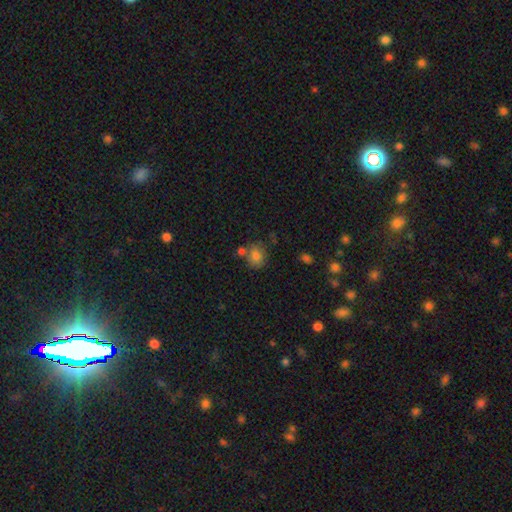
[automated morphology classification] A smooth galaxy with no disk features (81%) that is round (62%). Merging: none (60%).